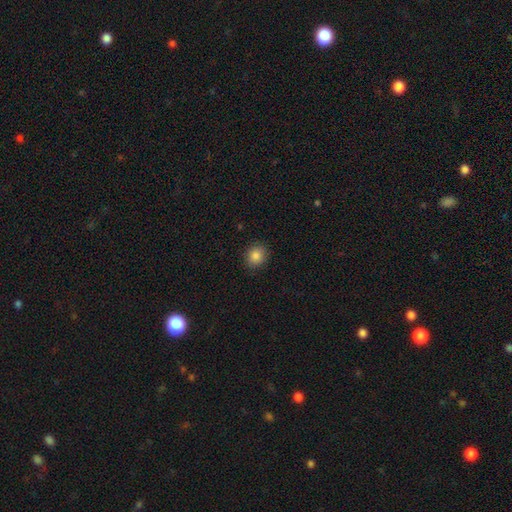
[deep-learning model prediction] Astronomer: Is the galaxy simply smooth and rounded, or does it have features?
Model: smooth — 85%.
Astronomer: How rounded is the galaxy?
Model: round — 73%.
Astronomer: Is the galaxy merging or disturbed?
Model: none — 89%.